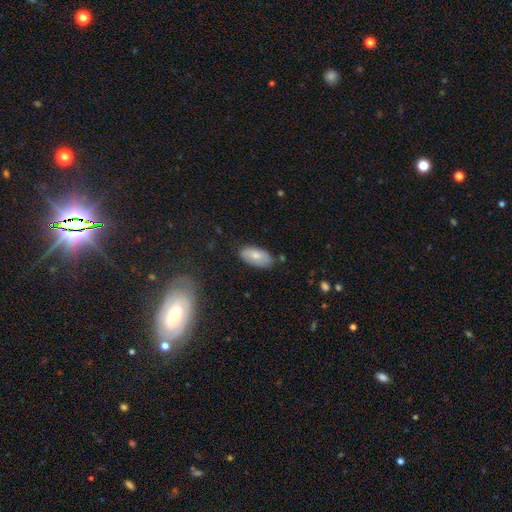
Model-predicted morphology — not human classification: Overall: smooth (72%). How rounded: in between (93%). Merging: none (77%).